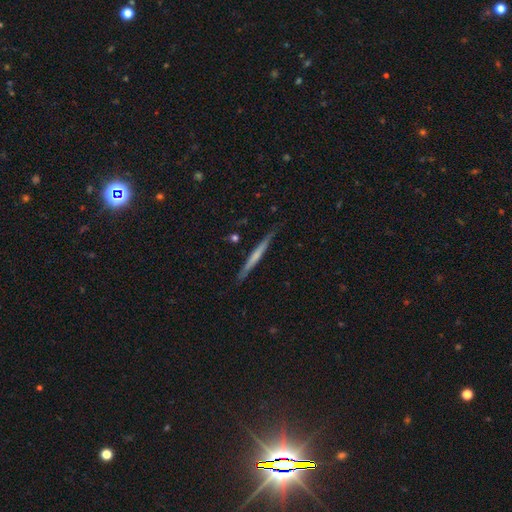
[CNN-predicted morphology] Smooth or featured? featured or disk (51%)
Edge-on disk? yes (97%)
Merging? none (87%)